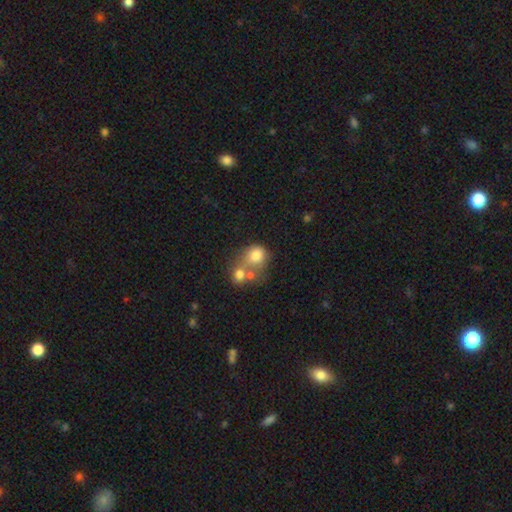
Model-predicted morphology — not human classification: smooth 72%, featured or disk 17%, star or artifact 11%. Down the decision tree: how rounded — round (63%); merging — merger (58%).